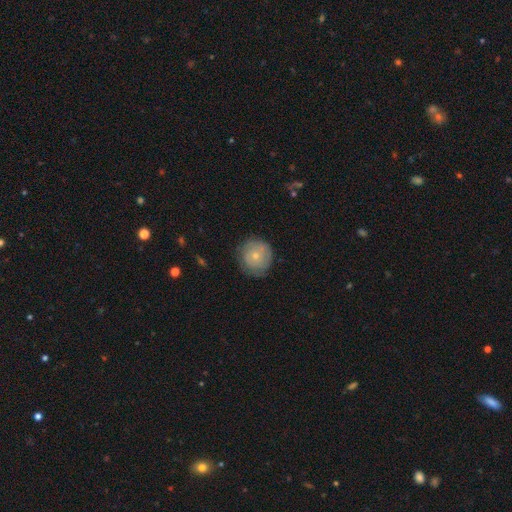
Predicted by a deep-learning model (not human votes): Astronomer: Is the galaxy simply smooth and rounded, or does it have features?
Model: smooth — 55% (runner-up: featured or disk, 38%).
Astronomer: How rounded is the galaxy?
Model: round — 92%.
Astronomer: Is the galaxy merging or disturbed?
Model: none — 73%.